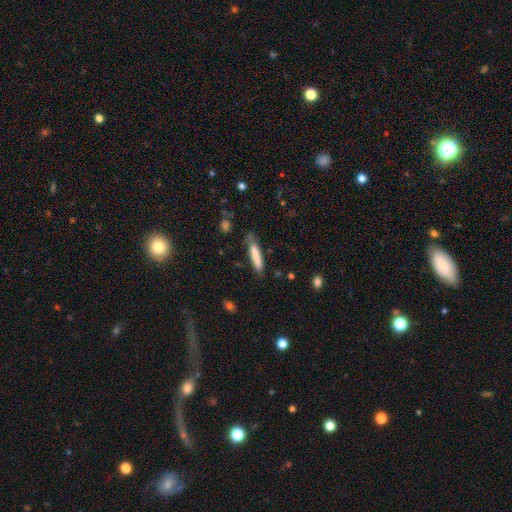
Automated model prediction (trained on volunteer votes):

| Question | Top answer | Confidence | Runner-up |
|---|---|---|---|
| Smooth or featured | smooth | 79% | featured or disk (15%) |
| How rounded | cigar-shaped | 86% | in between (13%) |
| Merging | none | 71% | minor disturbance (21%) |